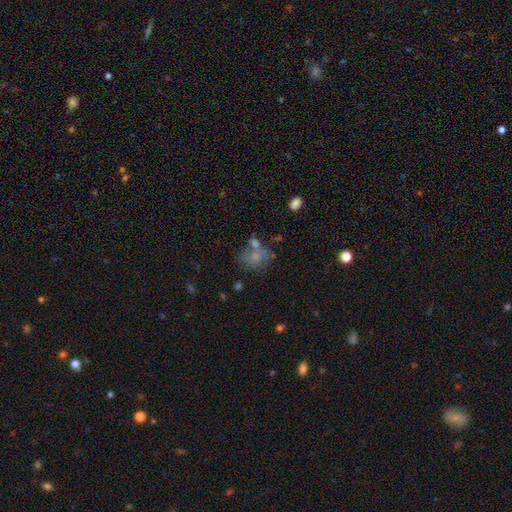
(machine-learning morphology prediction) A smooth galaxy with no disk features (52%) that is in between round and cigar-shaped (53%). Merging: none (37%).